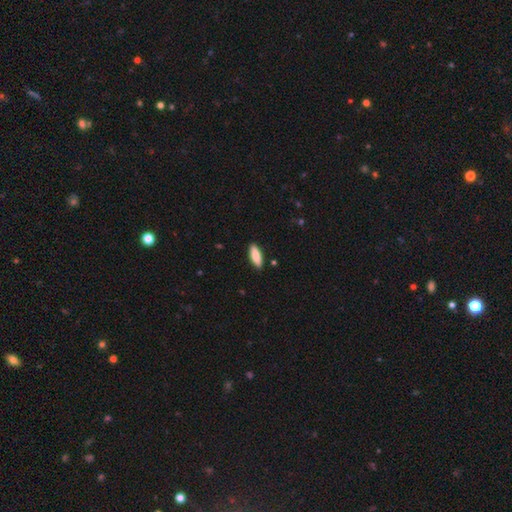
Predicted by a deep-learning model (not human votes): The model was most divided on "how rounded": in between: 60%, cigar-shaped: 39%, round: 2%. More confident: merging — none (88%); smooth or featured — smooth (85%).